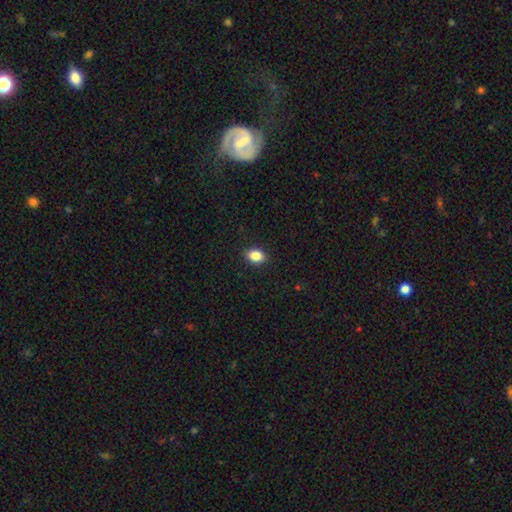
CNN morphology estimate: Smooth or featured? Predicted: smooth (p=0.85). How rounded? Predicted: in between (p=0.75). Merging? Predicted: none (p=0.89).